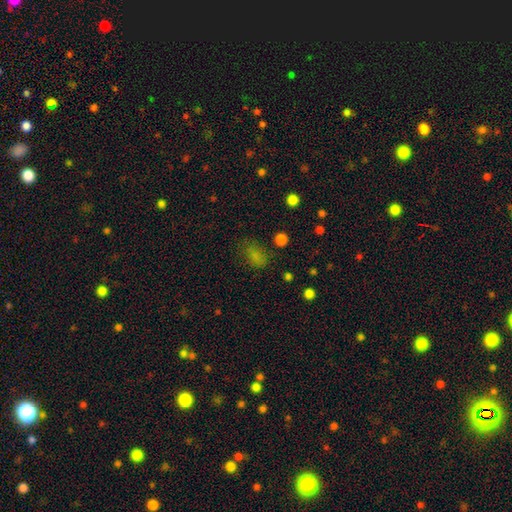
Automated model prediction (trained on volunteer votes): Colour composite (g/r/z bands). It shows a smooth galaxy with no disk features (74%) that is in between round and cigar-shaped (78%). Merging: none (67%).